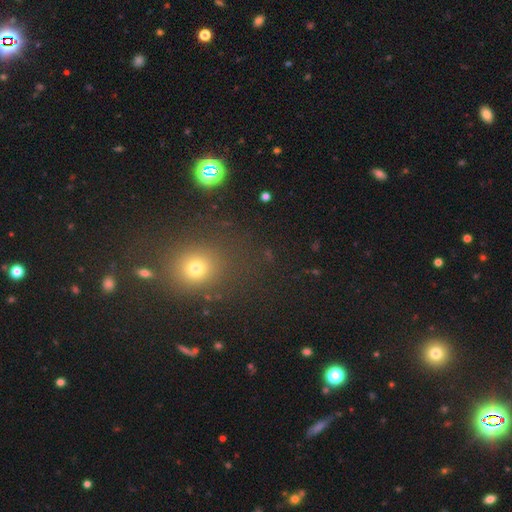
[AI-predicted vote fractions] A smooth galaxy with no disk features (56%) that is round (76%). Merging: none (84%).